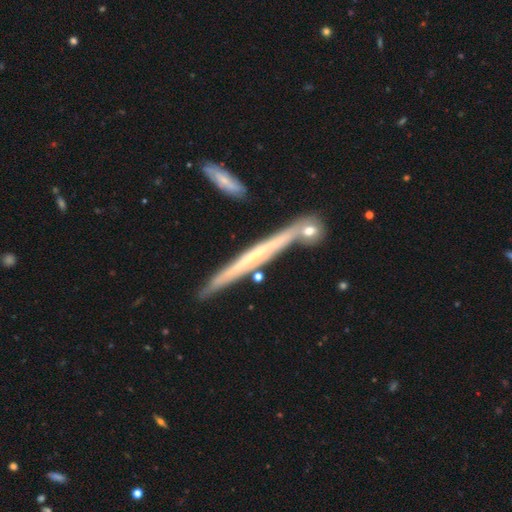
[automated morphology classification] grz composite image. It shows a featured or disk galaxy (68%) viewed edge-on (95%) with no central bulge (72%). Merging: none (82%).